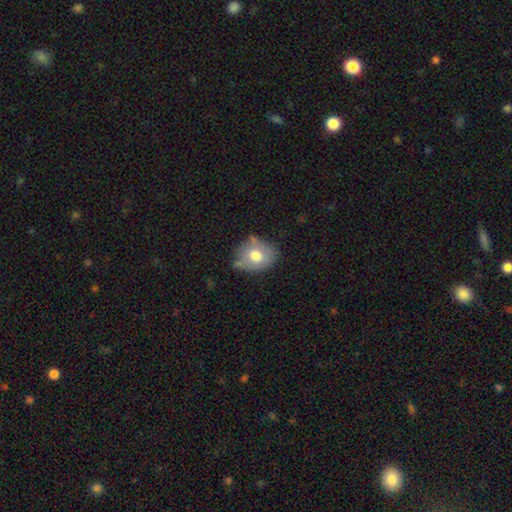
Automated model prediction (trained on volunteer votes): smooth 70%, featured or disk 23%, star or artifact 7%. Down the decision tree: how rounded — in between (55%); merging — none (57%).